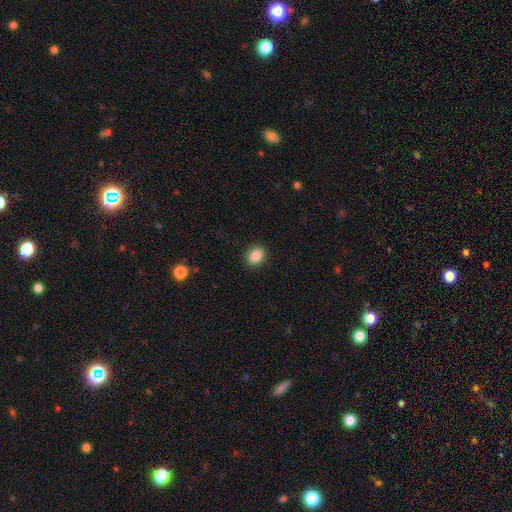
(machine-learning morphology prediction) This appears to be a smooth galaxy with no disk features (87%) that is round (51%). Merging: none (90%).